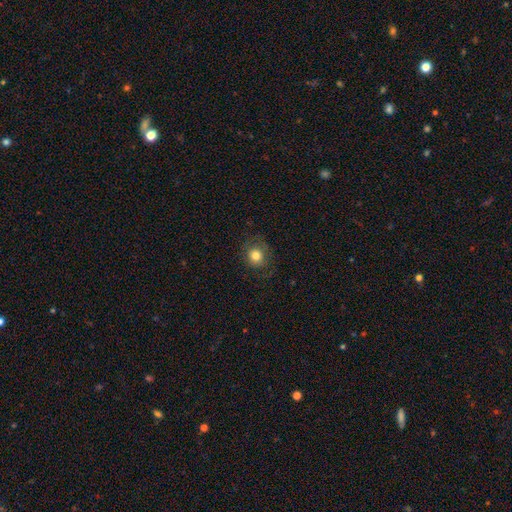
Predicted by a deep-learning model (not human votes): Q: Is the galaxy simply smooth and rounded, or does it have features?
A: smooth — 79%.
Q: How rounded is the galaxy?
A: round — 86%.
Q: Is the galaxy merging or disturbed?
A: none — 79%.